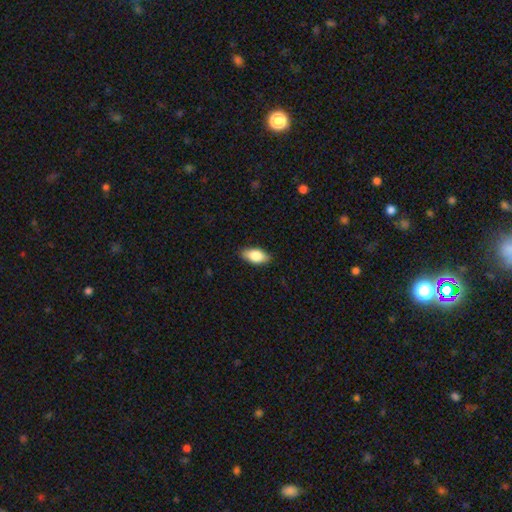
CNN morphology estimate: smooth 81%, featured or disk 13%, star or artifact 6%. Down the decision tree: how rounded — in between (90%); merging — none (88%).